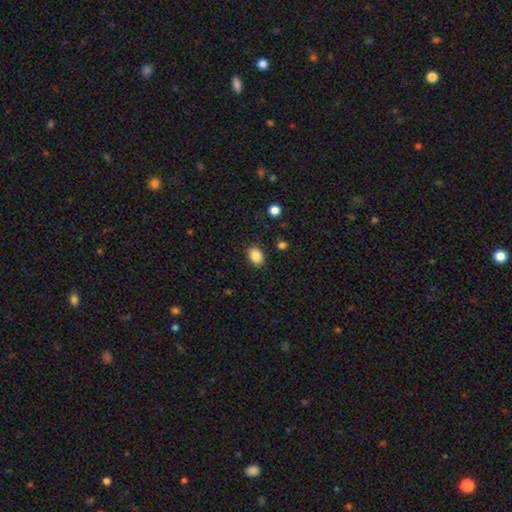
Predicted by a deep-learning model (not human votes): Smooth or featured? Predicted: smooth (p=0.87). How rounded? Predicted: in between (p=0.73). Merging? Predicted: none (p=0.87).